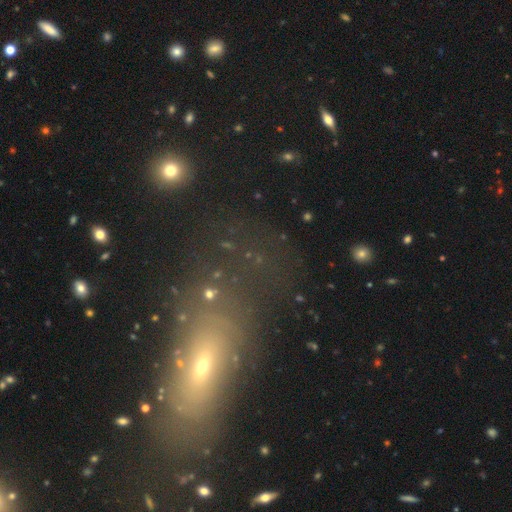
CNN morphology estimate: Overall: smooth (42%; featured or disk 31%). Merging: none (68%).